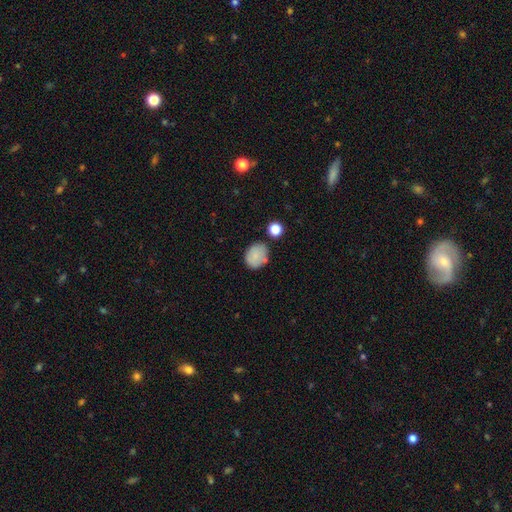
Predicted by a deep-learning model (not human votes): Morphology: type=smooth (82%); roundness=in between (53%); merging=none (67%).